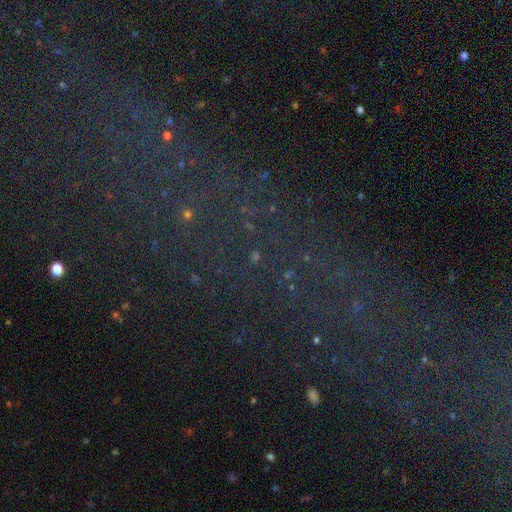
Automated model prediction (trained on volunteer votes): star or artifact 75%, smooth 13%, featured or disk 12%.